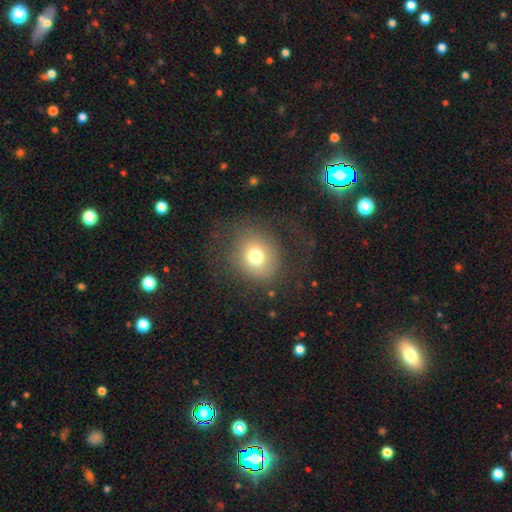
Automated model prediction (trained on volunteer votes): Smooth or featured? Predicted: smooth (p=0.72). How rounded? Predicted: round (p=0.78). Merging? Predicted: none (p=0.71).